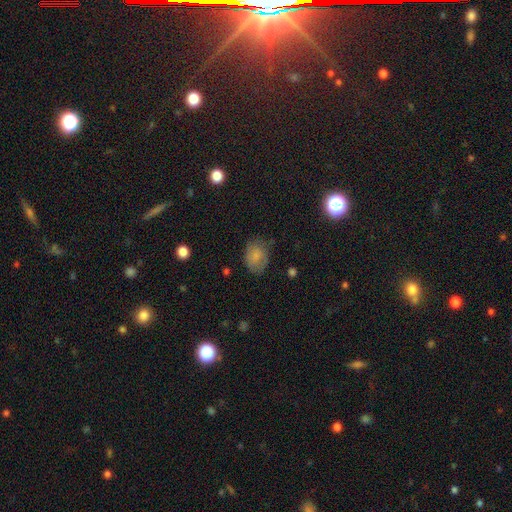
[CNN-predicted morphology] Smooth or featured: smooth — 77% (featured or disk — 14%)
How rounded: in between — 65% (round — 34%)
Merging: none — 59% (minor disturbance — 29%)